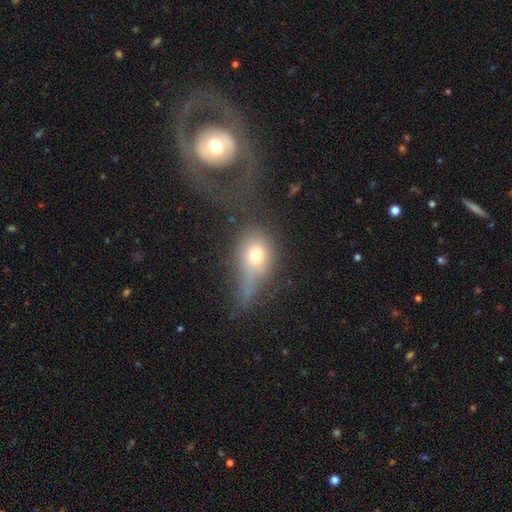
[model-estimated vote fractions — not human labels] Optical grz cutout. It shows a smooth galaxy with no disk features (63%) that is in between round and cigar-shaped (58%). Merging: major disturbance (40%).